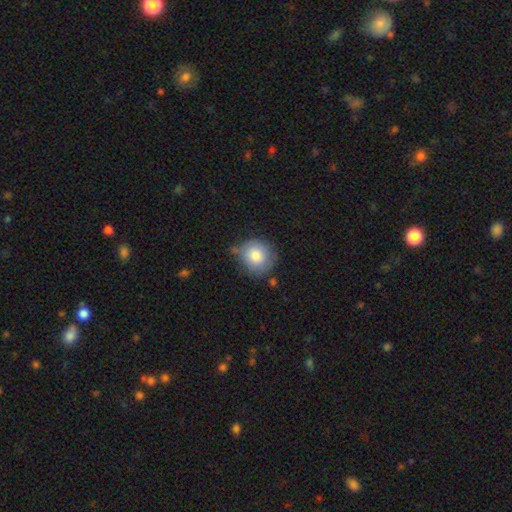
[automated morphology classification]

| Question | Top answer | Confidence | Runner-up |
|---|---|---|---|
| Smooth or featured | smooth | 82% | featured or disk (11%) |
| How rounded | round | 86% | in between (13%) |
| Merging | none | 60% | minor disturbance (28%) |